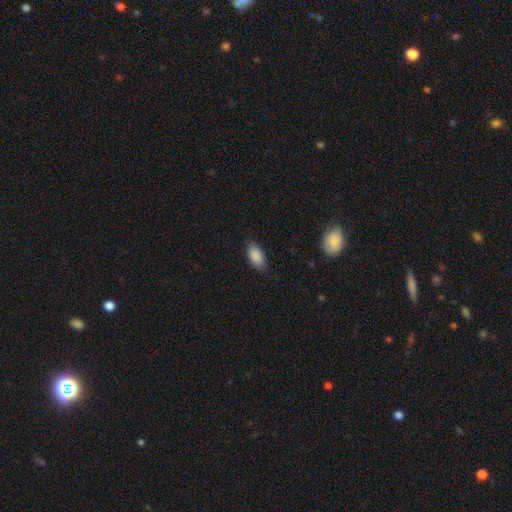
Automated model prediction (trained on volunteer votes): This is clearly a smooth galaxy (88%). How rounded: clearly in between (93%). Merging: clearly none (82%).